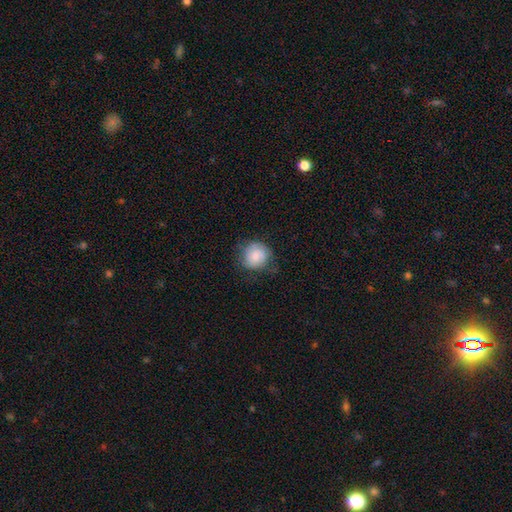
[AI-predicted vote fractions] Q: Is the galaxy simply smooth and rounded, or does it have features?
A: smooth — 77%.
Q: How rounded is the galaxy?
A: round — 86%.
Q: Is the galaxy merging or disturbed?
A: none — 66%.